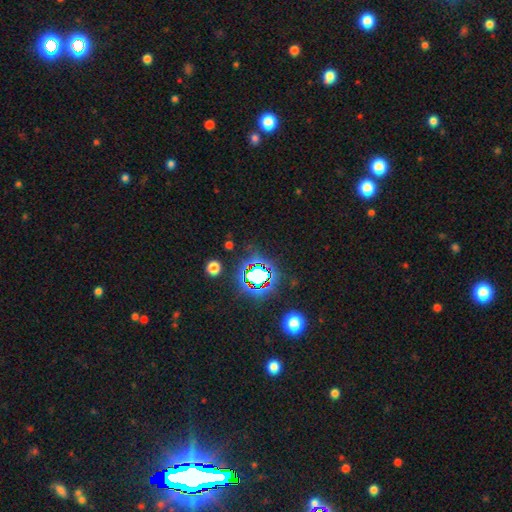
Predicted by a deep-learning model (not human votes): Overall: star or artifact (80%).